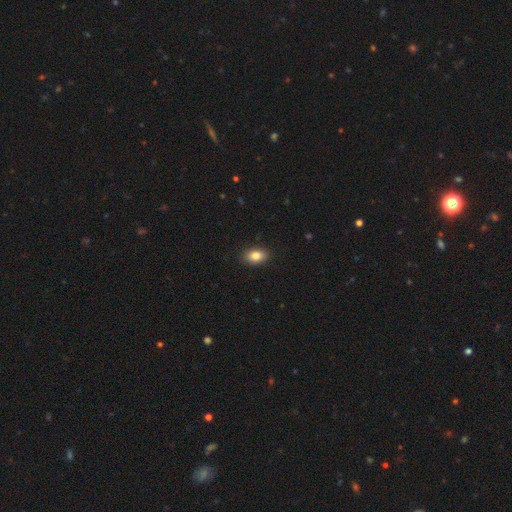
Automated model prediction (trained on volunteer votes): Smooth or featured: smooth — 85% (star or artifact — 8%)
How rounded: in between — 87% (round — 12%)
Merging: none — 89% (minor disturbance — 8%)